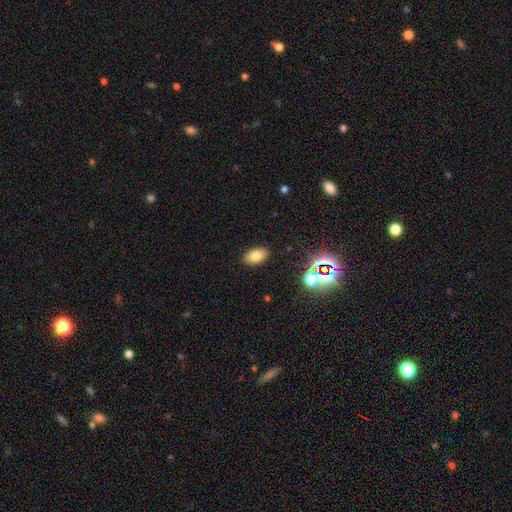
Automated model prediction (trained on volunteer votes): smooth-or-featured: smooth: 76% | star or artifact: 14% | featured or disk: 10%
  how-rounded: in between: 89% | round: 10% | cigar-shaped: 1%
  merging: none: 87% | minor disturbance: 9% | major disturbance: 3% | merger: 2%